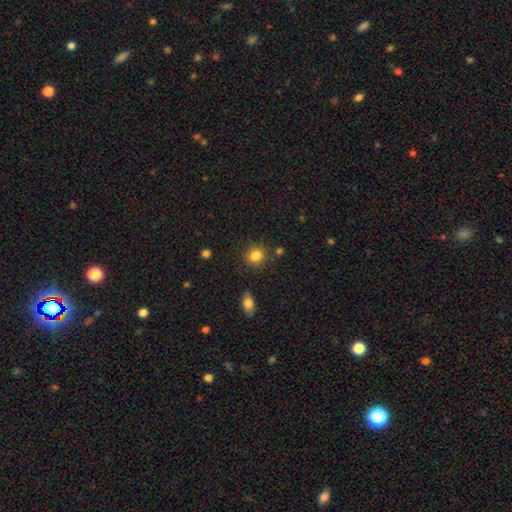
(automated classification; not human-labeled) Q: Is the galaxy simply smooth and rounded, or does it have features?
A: smooth — 85%.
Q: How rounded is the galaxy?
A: round — 80%.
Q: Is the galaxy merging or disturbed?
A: none — 84%.